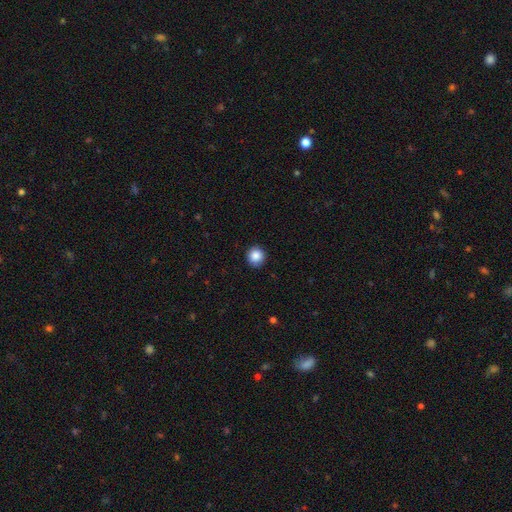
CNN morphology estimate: A smooth galaxy with no disk features (87%) that is round (93%). Merging: none (91%).